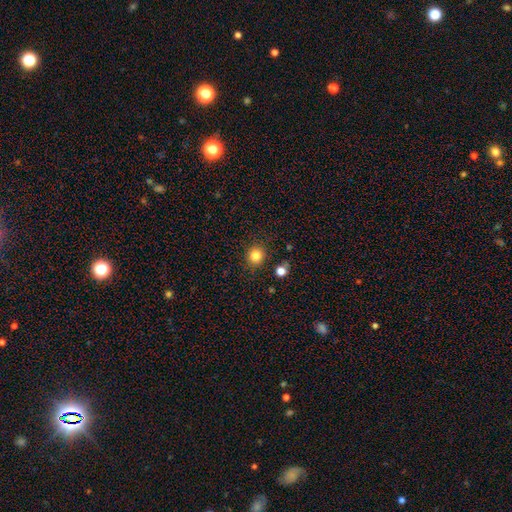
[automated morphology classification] smooth-or-featured: smooth: 83% | star or artifact: 12% | featured or disk: 5%
  how-rounded: round: 88% | in between: 11% | cigar-shaped: 1%
  merging: none: 87% | minor disturbance: 8% | merger: 3% | major disturbance: 3%